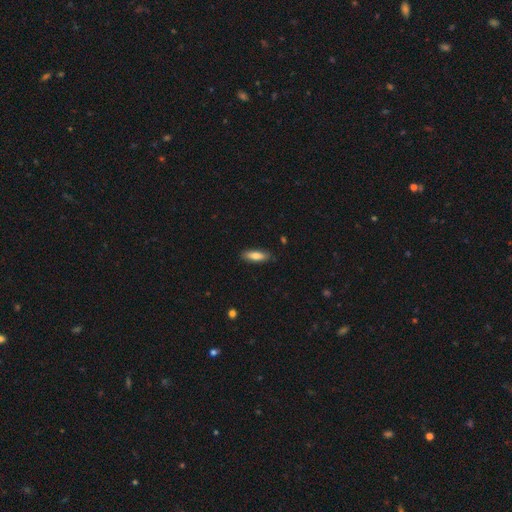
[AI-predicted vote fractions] Morphology: type=smooth (78%); roundness=in between (52%); merging=none (85%).